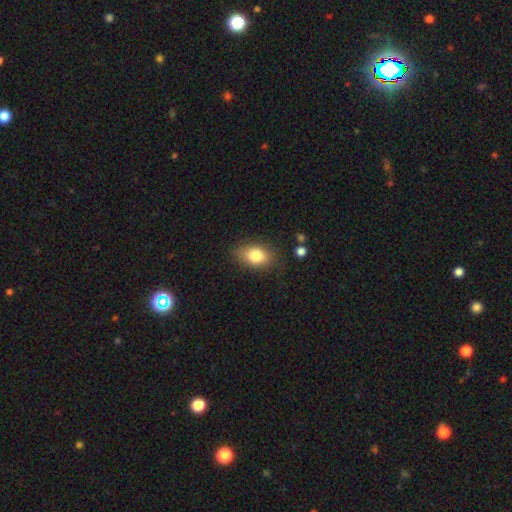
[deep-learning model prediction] This appears to be a smooth galaxy with no disk features (82%) that is in between round and cigar-shaped (82%). Merging: none (80%).